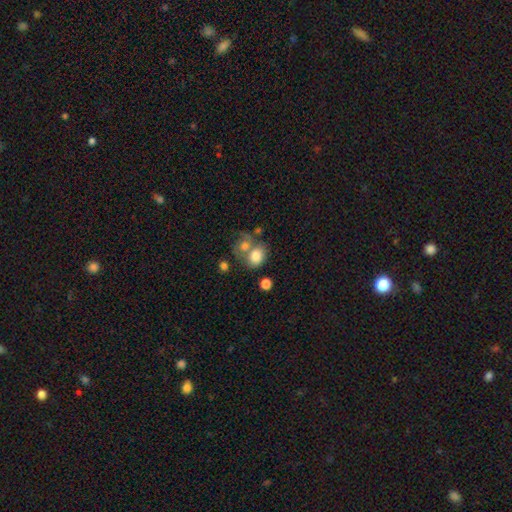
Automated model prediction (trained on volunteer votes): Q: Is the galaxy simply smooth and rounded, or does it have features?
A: smooth — 77%.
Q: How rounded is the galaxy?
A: round — 54%.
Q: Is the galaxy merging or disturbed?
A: merger — 45%.